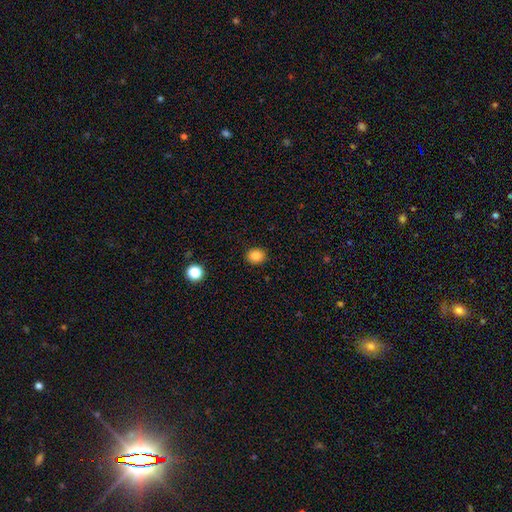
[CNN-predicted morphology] The model was most divided on "how rounded": round: 71%, in between: 28%, cigar-shaped: 1%. More confident: merging — none (91%); smooth or featured — smooth (84%).